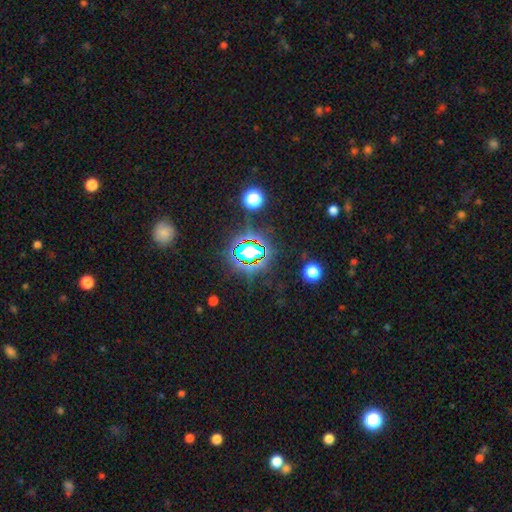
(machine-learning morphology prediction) This appears to be a star or artifact, not a galaxy (80%).